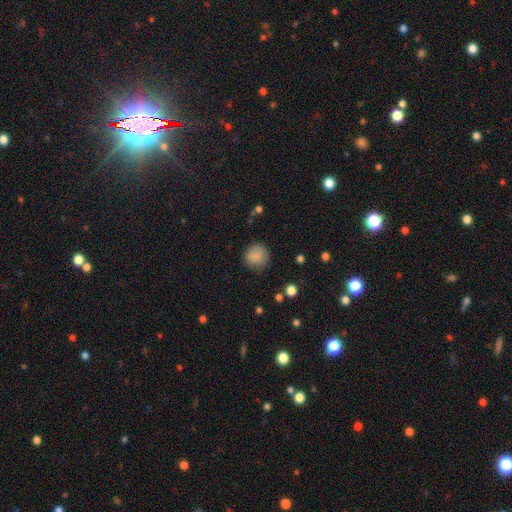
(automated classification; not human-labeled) This appears to be a smooth galaxy with no disk features (85%) that is round (87%). Merging: none (80%).